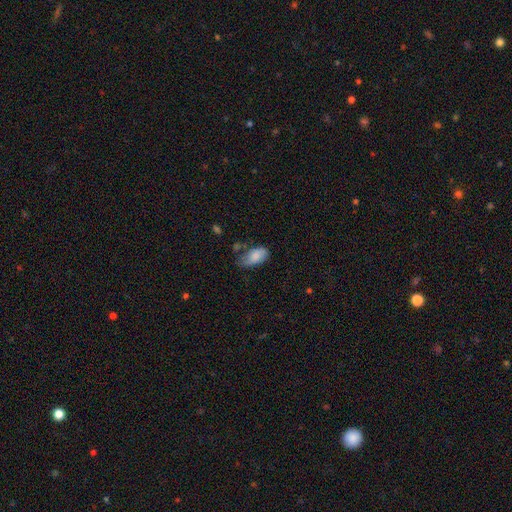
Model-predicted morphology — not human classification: smooth_or_featured: smooth (p=0.82) [alt: featured or disk p=0.10]
how_rounded: in between (p=0.93) [alt: round p=0.03]
merging: none (p=0.46) [alt: minor disturbance p=0.36]